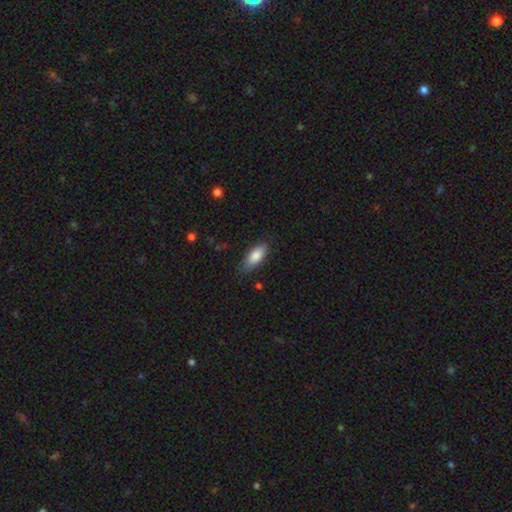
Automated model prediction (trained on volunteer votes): smooth 84%, featured or disk 10%, star or artifact 6%. Down the decision tree: how rounded — in between (82%); merging — none (76%).